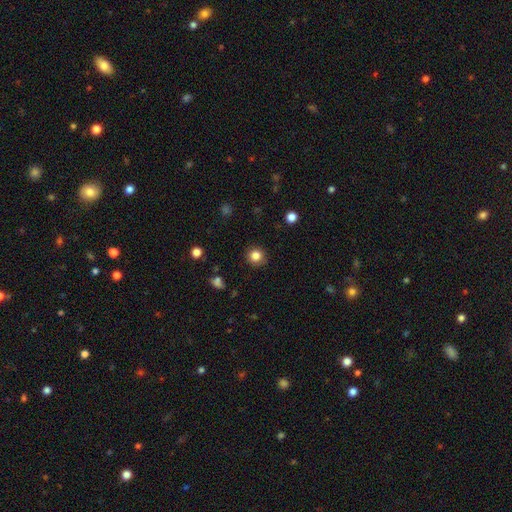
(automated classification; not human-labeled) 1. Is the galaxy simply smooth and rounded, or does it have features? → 83% smooth, 11% star or artifact, 5% featured or disk.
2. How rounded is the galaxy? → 91% round, 8% in between, 1% cigar-shaped.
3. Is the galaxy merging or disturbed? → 88% none, 8% minor disturbance, 2% major disturbance, 1% merger.